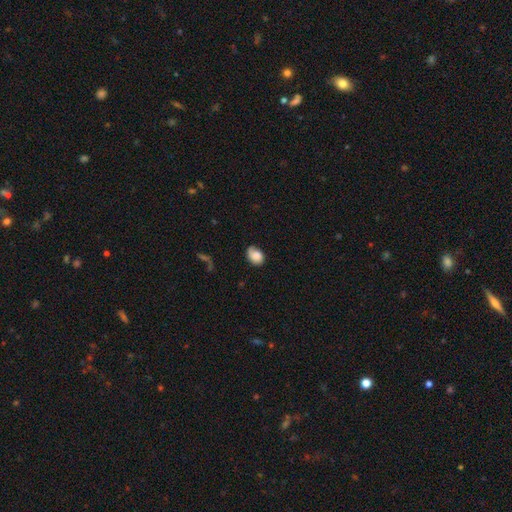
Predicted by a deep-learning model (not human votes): Morphology: type=smooth (77%); roundness=in between (69%); merging=none (56%).